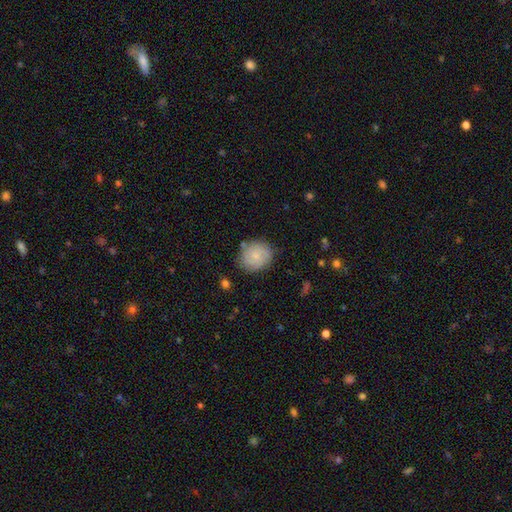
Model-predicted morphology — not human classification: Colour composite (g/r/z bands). It shows a smooth galaxy with no disk features (68%) that is round (75%). Merging: none (80%).